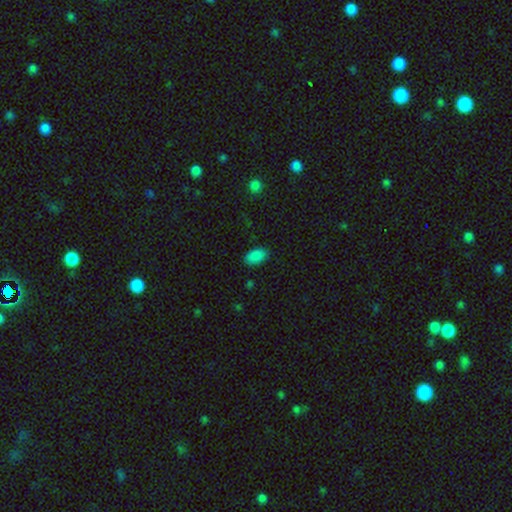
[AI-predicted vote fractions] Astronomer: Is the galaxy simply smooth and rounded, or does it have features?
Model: smooth — 87%.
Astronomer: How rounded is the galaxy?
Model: in between — 93%.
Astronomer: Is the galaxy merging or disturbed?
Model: none — 86%.